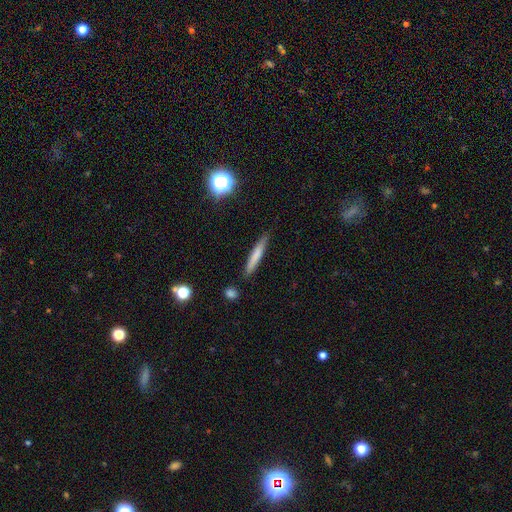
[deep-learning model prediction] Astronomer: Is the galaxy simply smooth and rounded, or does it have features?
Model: smooth — 72%.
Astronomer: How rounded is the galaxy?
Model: cigar-shaped — 93%.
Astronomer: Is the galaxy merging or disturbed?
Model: none — 85%.